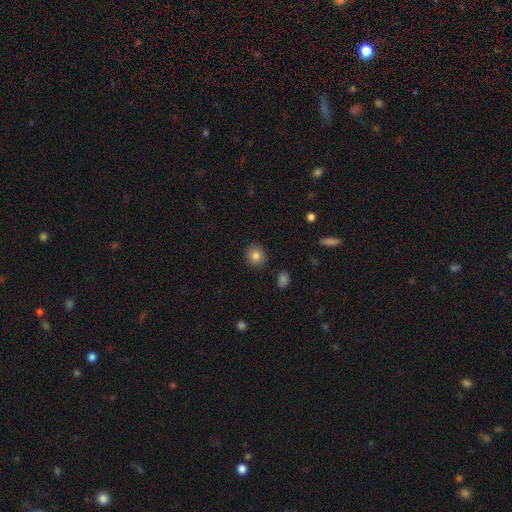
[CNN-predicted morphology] smooth 83%, star or artifact 10%, featured or disk 7%. Down the decision tree: how rounded — round (88%); merging — none (91%).